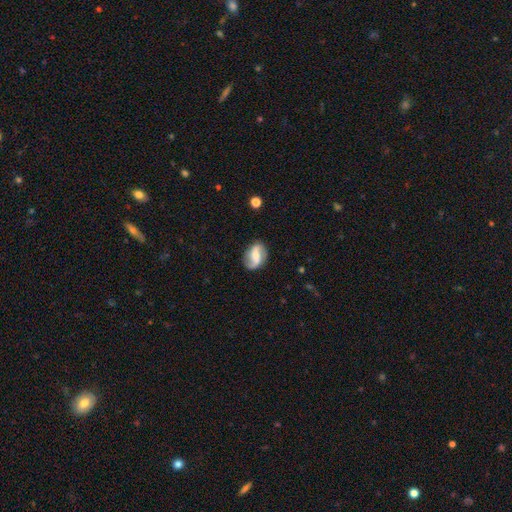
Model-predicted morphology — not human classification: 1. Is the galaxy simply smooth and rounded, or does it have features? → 74% featured or disk, 20% smooth, 6% star or artifact.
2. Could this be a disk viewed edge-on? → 97% no, 3% yes.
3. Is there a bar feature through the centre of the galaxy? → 42% weak, 32% no, 26% strong.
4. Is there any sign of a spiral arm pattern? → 92% yes, 8% no.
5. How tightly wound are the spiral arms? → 64% loose, 26% medium, 10% tight.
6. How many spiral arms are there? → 90% 2, 4% 1, 3% can't tell, 1% 3, 1% 4, 1% more than 4.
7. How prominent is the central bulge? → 46% moderate, 39% small, 7% none, 6% large, 2% dominant.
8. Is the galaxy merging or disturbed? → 81% none, 14% minor disturbance, 4% major disturbance, 1% merger.